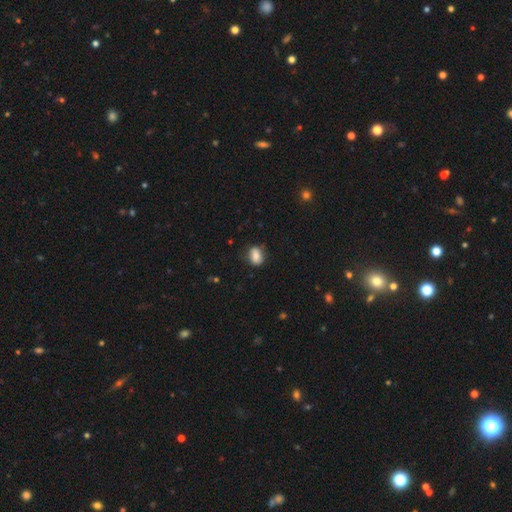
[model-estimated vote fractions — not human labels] A smooth galaxy with no disk features (79%) that is in between round and cigar-shaped (71%). Merging: none (76%).